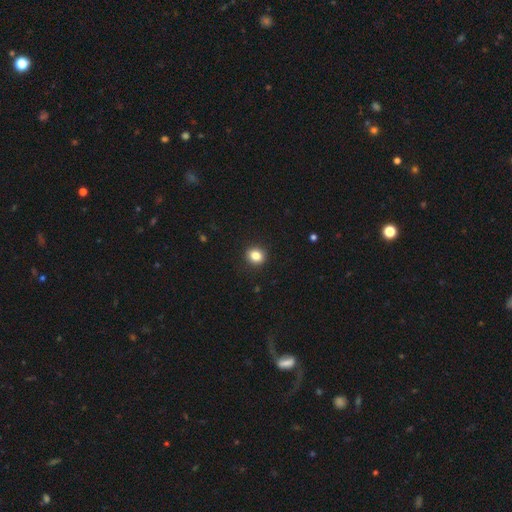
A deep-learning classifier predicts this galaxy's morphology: smooth-or-featured: smooth: 84% | star or artifact: 11% | featured or disk: 5%
  how-rounded: round: 77% | in between: 22% | cigar-shaped: 1%
  merging: none: 91% | minor disturbance: 6% | major disturbance: 2% | merger: 1%